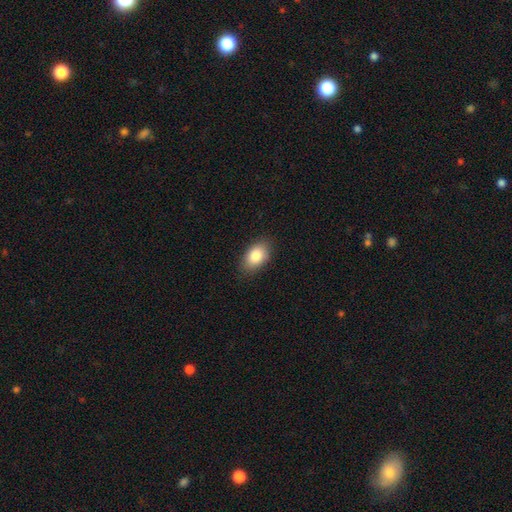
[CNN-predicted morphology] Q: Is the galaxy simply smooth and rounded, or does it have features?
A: smooth — 85%.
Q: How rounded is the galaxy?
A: in between — 91%.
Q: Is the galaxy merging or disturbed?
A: none — 85%.